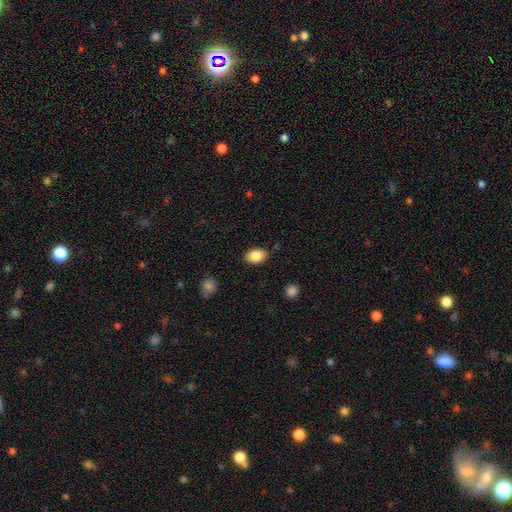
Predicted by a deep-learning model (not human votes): Overall: smooth (86%). How rounded: in between (84%). Merging: none (85%).